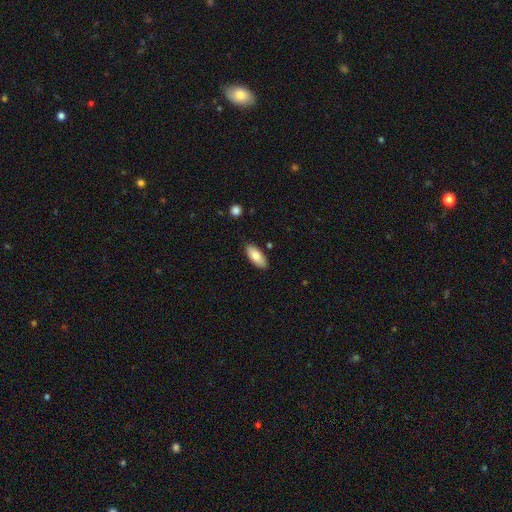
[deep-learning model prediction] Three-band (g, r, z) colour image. It shows a smooth galaxy with no disk features (81%) that is in between round and cigar-shaped (84%). Merging: none (86%).